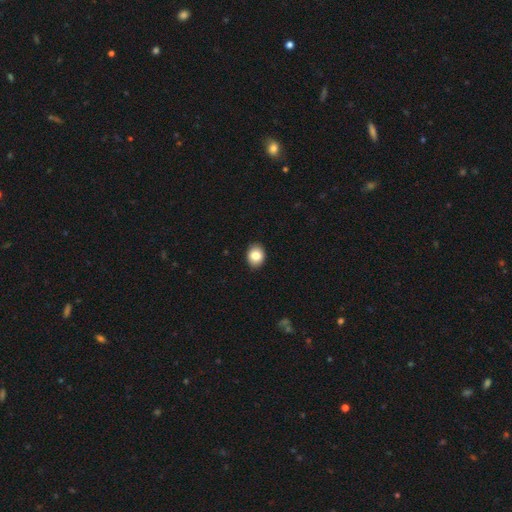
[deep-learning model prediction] This appears to be a smooth galaxy with no disk features (83%) that is round (50%). Merging: none (90%).